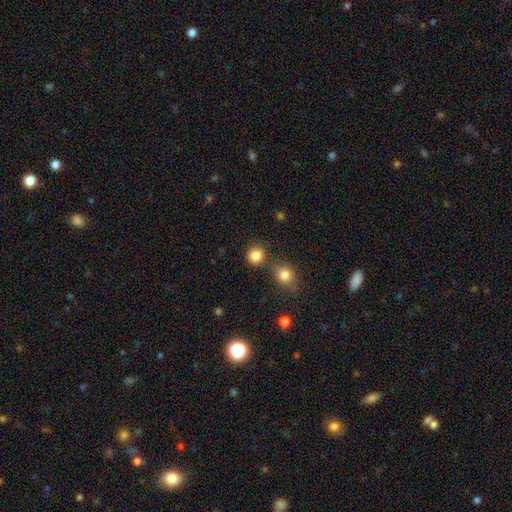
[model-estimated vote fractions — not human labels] A smooth galaxy with no disk features (84%) that is round (89%). Merging: none (73%).